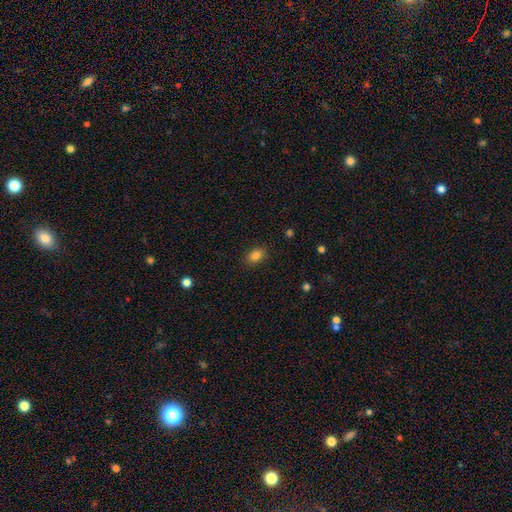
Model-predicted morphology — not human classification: Overall: smooth (84%). How rounded: in between (80%). Merging: none (86%).